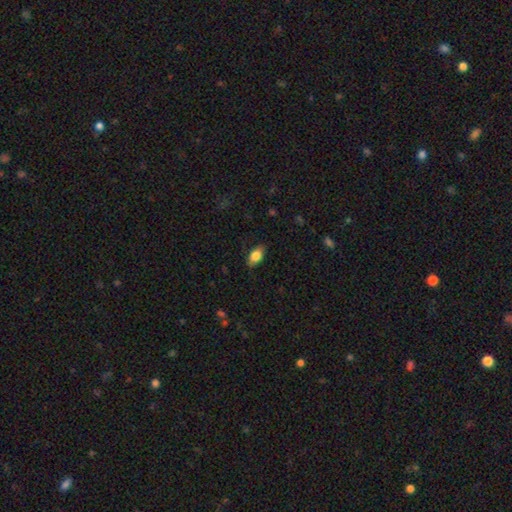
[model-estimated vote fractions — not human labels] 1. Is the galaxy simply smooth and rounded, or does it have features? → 84% smooth, 9% featured or disk, 7% star or artifact.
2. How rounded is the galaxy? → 91% in between, 5% round, 4% cigar-shaped.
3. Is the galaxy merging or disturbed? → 85% none, 11% minor disturbance, 3% major disturbance, 1% merger.